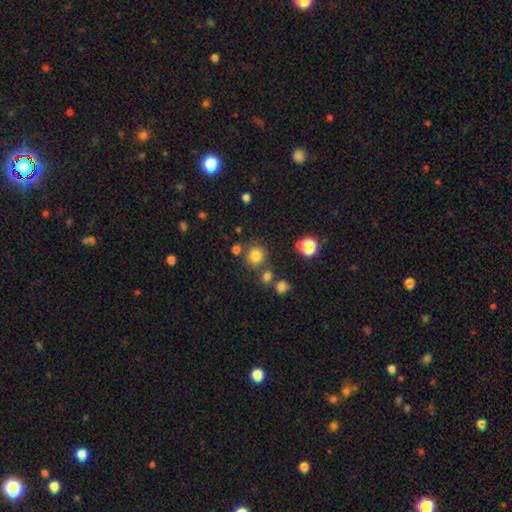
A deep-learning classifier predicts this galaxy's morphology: type=smooth (79%); roundness=round (90%); merging=none (77%).